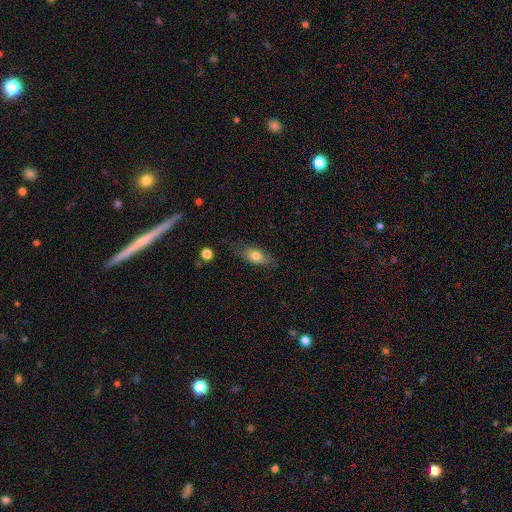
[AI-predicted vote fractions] Smooth or featured? Predicted: smooth (p=0.71). How rounded? Predicted: in between (p=0.81). Merging? Predicted: none (p=0.68).